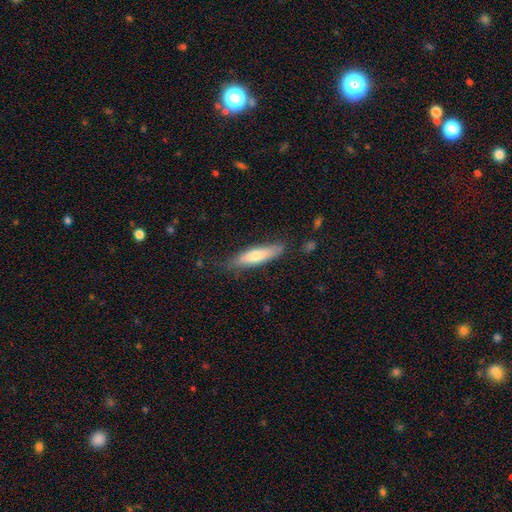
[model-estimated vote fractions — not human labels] Morphology: type=smooth (65%); roundness=cigar-shaped (73%); merging=none (79%).